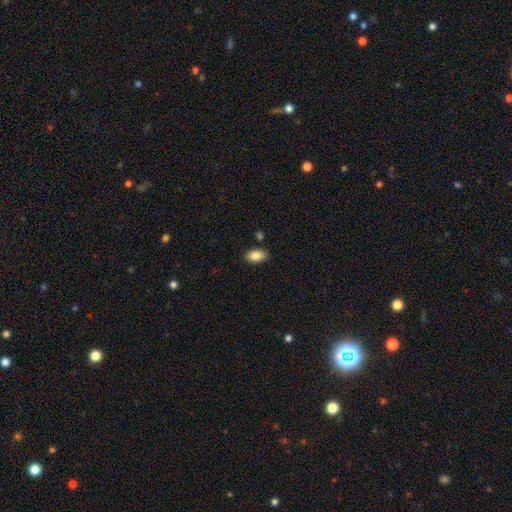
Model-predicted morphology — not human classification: The model was most divided on "merging": none: 85%, minor disturbance: 10%, merger: 3%, major disturbance: 2%. More confident: how rounded — in between (92%); smooth or featured — smooth (88%).